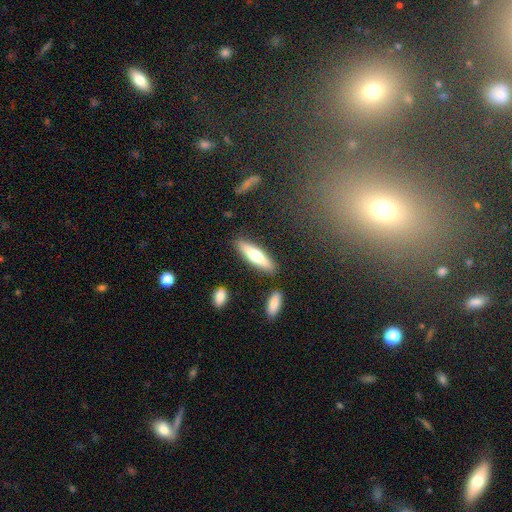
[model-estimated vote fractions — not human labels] A smooth galaxy with no disk features (56%) that is cigar-shaped (73%). Merging: none (85%).